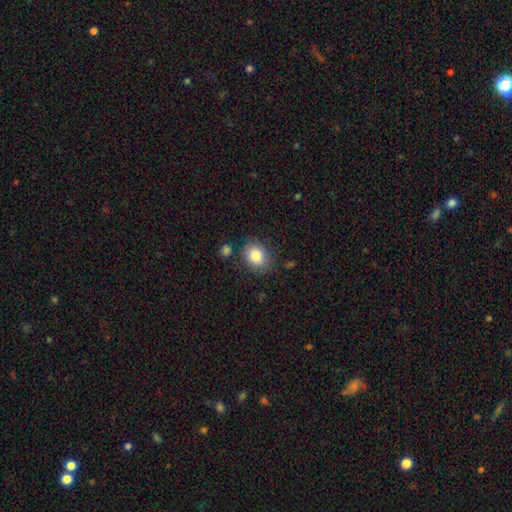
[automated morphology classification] type=smooth (84%); roundness=round (53%); merging=none (78%).